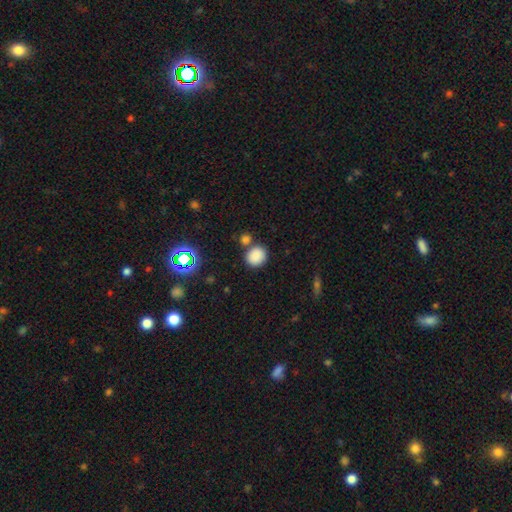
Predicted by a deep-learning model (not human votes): Smooth or featured? Predicted: smooth (p=0.84). How rounded? Predicted: round (p=0.82). Merging? Predicted: none (p=0.70).